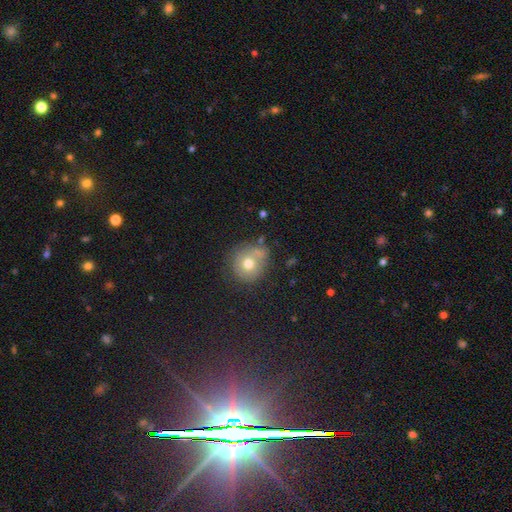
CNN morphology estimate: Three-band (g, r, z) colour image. It shows a smooth galaxy with no disk features (70%) that is round (87%). Merging: none (59%).